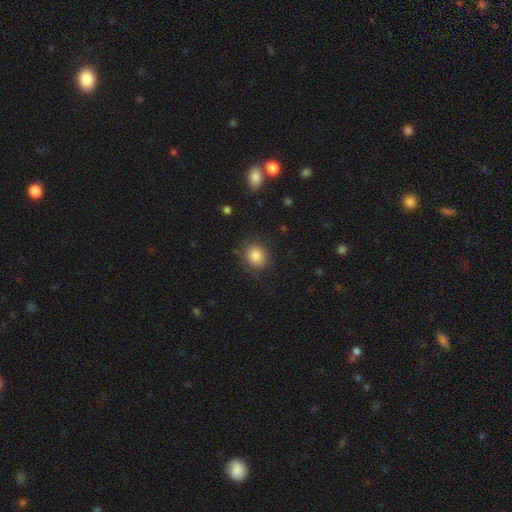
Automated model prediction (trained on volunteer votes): Q: Smooth or featured?
A: smooth (84%); runner-up: star or artifact (10%)
Q: How rounded?
A: round (68%); runner-up: in between (32%)
Q: Merging?
A: none (84%); runner-up: minor disturbance (11%)